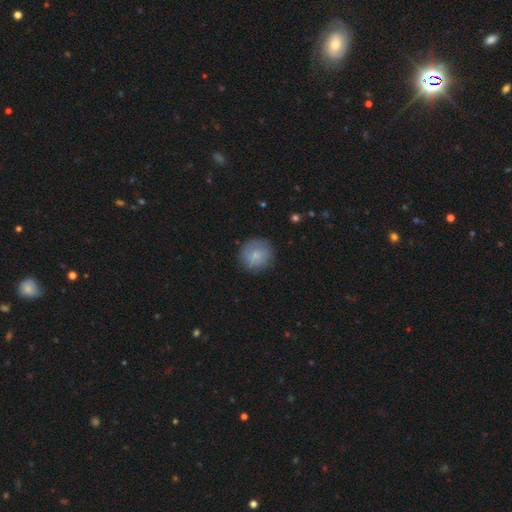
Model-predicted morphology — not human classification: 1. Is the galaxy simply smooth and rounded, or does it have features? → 80% smooth, 13% featured or disk, 7% star or artifact.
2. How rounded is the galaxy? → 91% round, 8% in between, 1% cigar-shaped.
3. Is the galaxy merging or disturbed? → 82% none, 13% minor disturbance, 3% major disturbance, 1% merger.